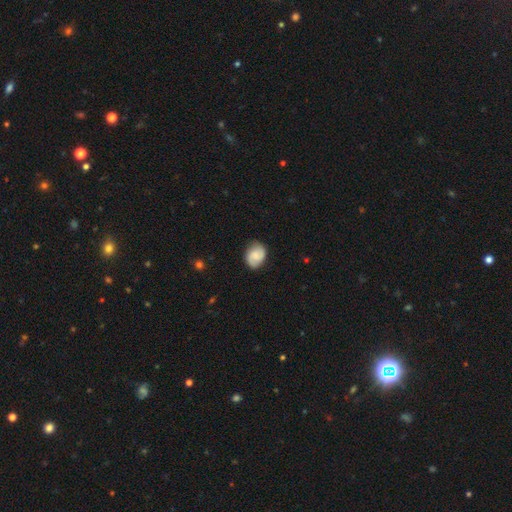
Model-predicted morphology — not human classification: Overall: smooth (52%; featured or disk 39%). How rounded: in between (58%; round 41%). Merging: none (79%).